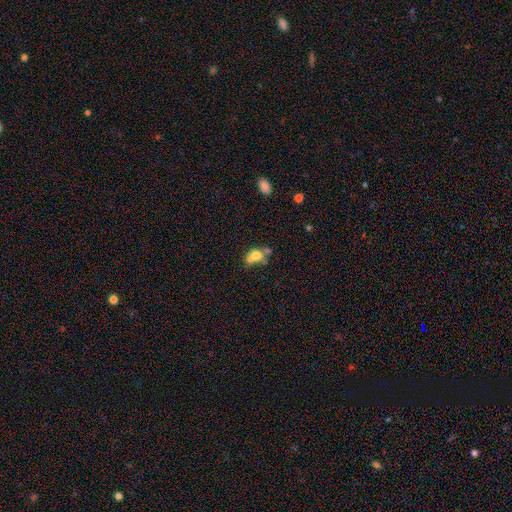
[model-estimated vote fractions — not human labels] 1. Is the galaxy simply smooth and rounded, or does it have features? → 67% smooth, 22% featured or disk, 11% star or artifact.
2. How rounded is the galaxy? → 50% in between, 48% round, 2% cigar-shaped.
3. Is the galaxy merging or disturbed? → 43% merger, 33% none, 15% minor disturbance, 8% major disturbance.